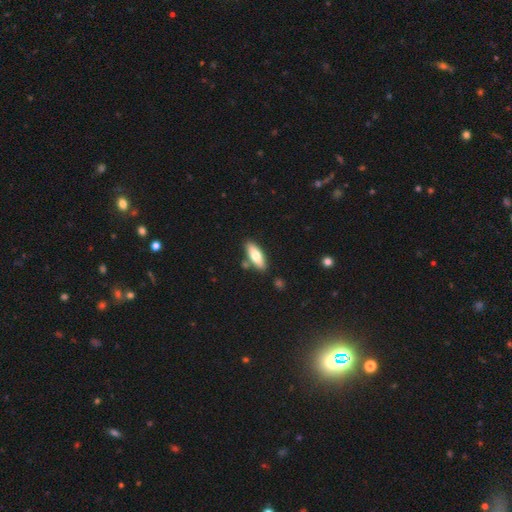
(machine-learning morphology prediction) Smooth or featured? smooth (68%)
How rounded? in between (65%)
Merging? none (80%)